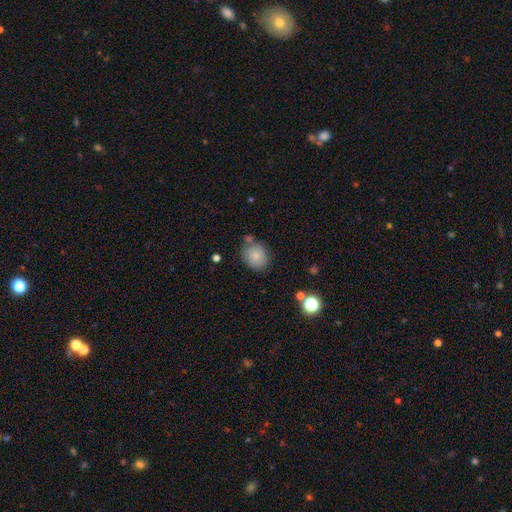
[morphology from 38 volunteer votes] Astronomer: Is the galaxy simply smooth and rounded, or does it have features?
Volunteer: smooth — 74%.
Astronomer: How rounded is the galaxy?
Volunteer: round — 75%.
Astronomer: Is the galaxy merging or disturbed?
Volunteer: none — 57%.